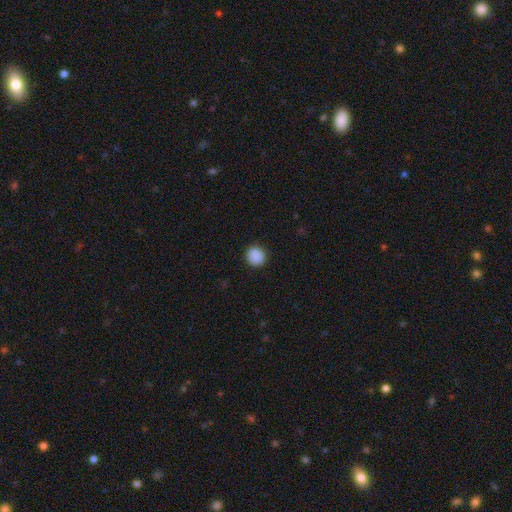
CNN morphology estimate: Smooth or featured? smooth (89%)
How rounded? round (92%)
Merging? none (91%)